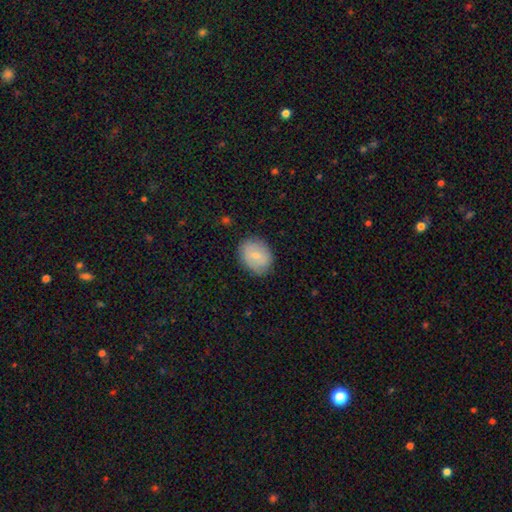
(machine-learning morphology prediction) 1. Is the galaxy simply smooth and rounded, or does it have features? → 68% smooth, 25% featured or disk, 7% star or artifact.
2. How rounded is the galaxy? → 61% in between, 38% round, 1% cigar-shaped.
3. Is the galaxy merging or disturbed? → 82% none, 14% minor disturbance, 3% major disturbance, 1% merger.